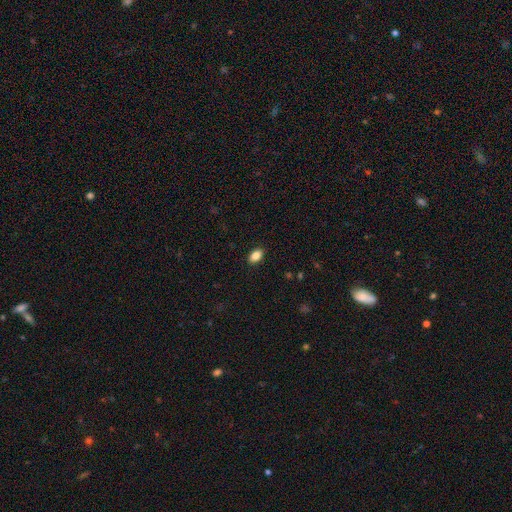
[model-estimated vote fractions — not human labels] A smooth galaxy with no disk features (87%) that is in between round and cigar-shaped (89%). Merging: none (89%).